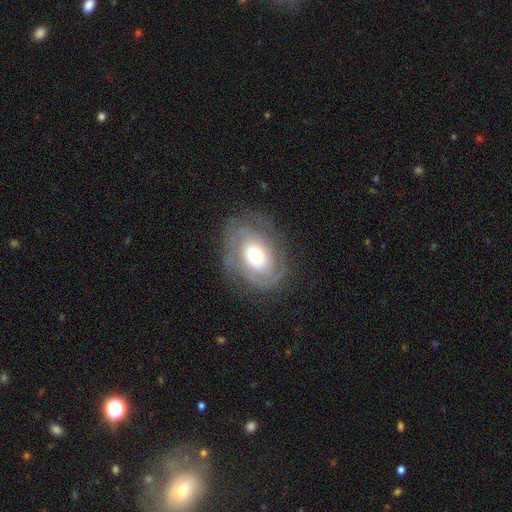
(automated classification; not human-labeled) Morphology: type=featured or disk (75%); edge-on=no (96%); bar=no (74%); spiral arms=yes (88%); winding=tight (62%); arm count=2 (40%); bulge=moderate (53%); merging=none (73%).